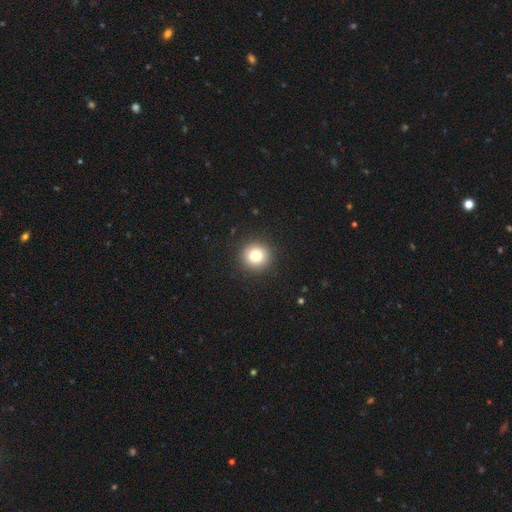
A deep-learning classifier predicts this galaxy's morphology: This is clearly a smooth galaxy (80%). How rounded: clearly round (94%). Merging: clearly none (92%).